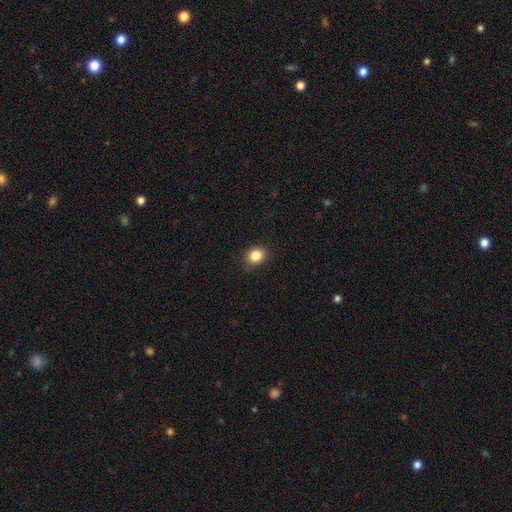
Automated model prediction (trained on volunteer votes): The model was most divided on "how rounded": round: 64%, in between: 35%, cigar-shaped: 1%. More confident: smooth or featured — smooth (84%); merging — none (84%).